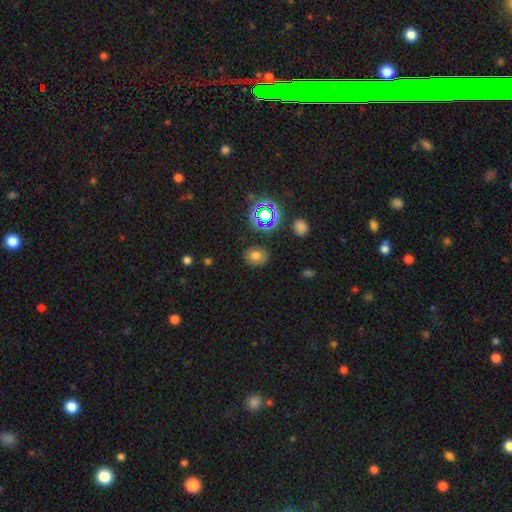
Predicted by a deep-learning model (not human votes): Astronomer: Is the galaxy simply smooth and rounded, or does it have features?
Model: smooth — 65%.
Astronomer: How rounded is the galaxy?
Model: round — 52% (runner-up: in between, 47%).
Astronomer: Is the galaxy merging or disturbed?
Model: none — 82%.